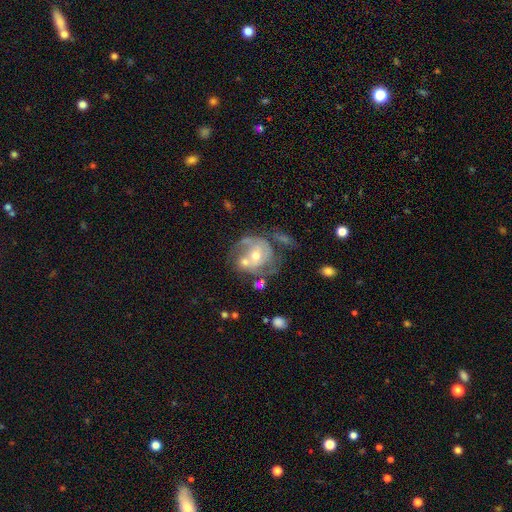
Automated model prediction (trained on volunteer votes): Smooth or featured? featured or disk (69%)
Edge-on disk? no (97%)
Bar? no (71%)
Spiral arms? yes (67%)
Bulge size? moderate (64%)
Merging? none (37%)